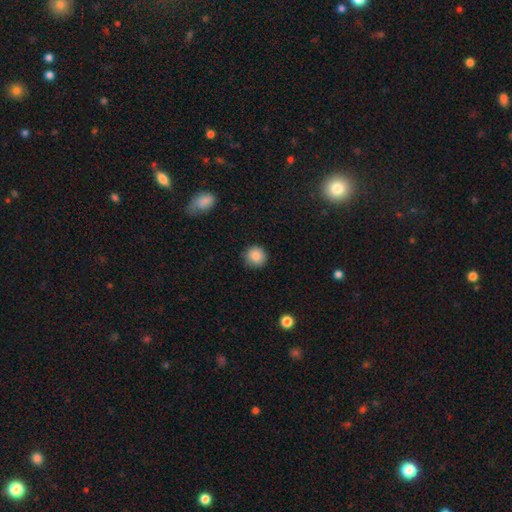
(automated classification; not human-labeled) This appears to be a smooth galaxy with no disk features (86%) that is round (93%). Merging: none (86%).